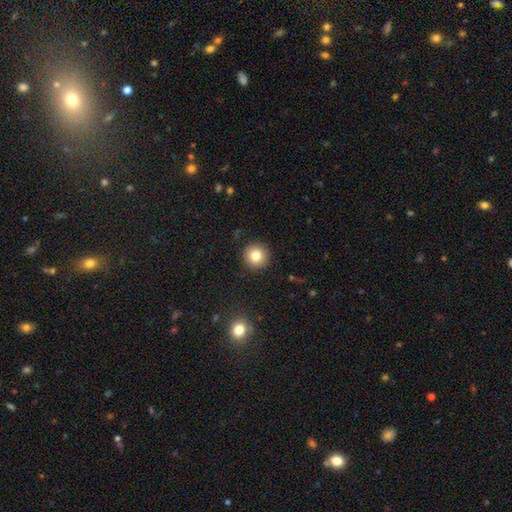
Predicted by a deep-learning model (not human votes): A smooth galaxy with no disk features (80%) that is round (95%).

Vote fractions:
- Smooth or featured? smooth: 80% / star or artifact: 11% / featured or disk: 9%
- How rounded? round: 95% / in between: 4% / cigar-shaped: 1%
- Merging? none: 92% / minor disturbance: 5% / major disturbance: 2% / merger: 1%